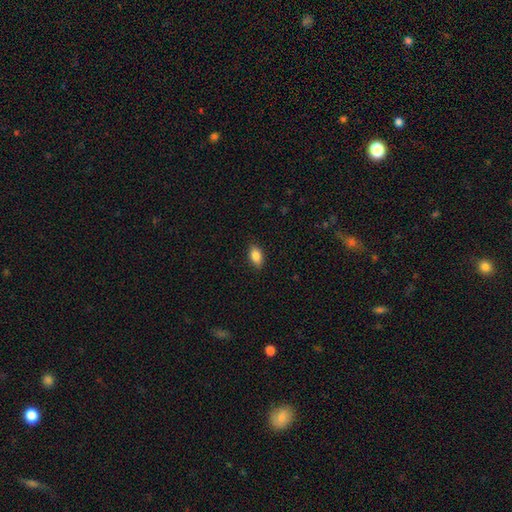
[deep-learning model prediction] A smooth galaxy with no disk features (87%) that is in between round and cigar-shaped (90%). Merging: none (88%).